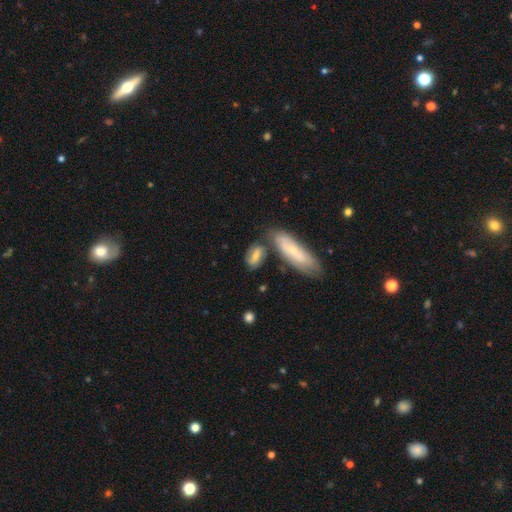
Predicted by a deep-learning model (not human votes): Q: Smooth or featured?
A: smooth (58%); runner-up: featured or disk (34%)
Q: How rounded?
A: in between (72%); runner-up: cigar-shaped (21%)
Q: Merging?
A: none (53%); runner-up: merger (22%)